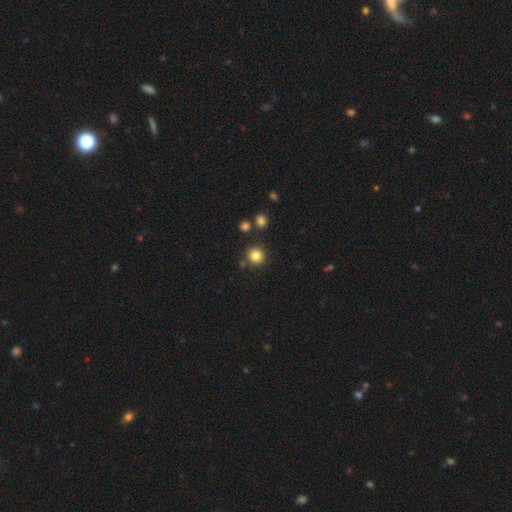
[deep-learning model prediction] smooth-or-featured: smooth: 83% | star or artifact: 12% | featured or disk: 5%
  how-rounded: round: 93% | in between: 6% | cigar-shaped: 1%
  merging: none: 84% | minor disturbance: 8% | merger: 6% | major disturbance: 3%